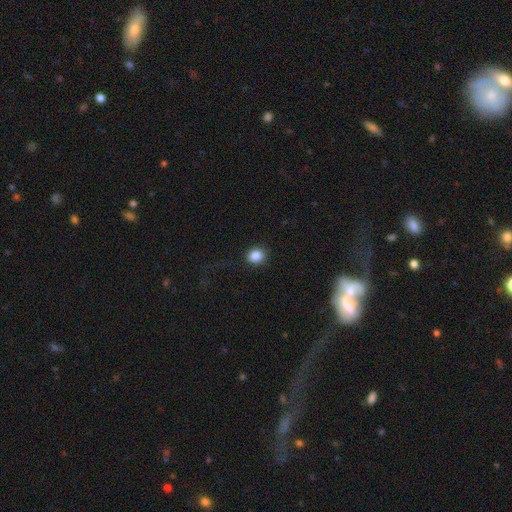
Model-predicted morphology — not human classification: type=smooth (86%); roundness=round (81%); merging=none (85%).